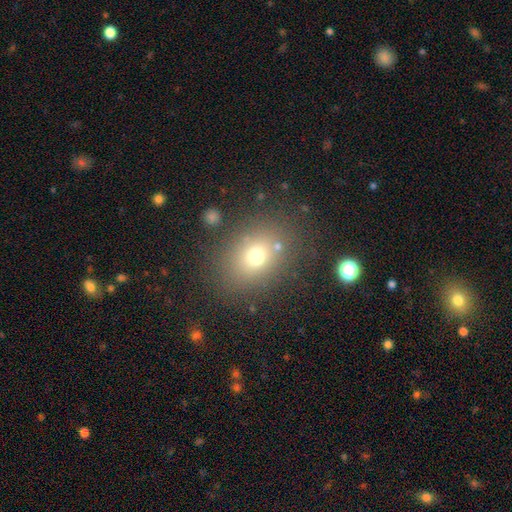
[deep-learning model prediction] smooth_or_featured: smooth (p=0.69) [alt: star or artifact p=0.17]
how_rounded: in between (p=0.57) [alt: round p=0.42]
merging: none (p=0.79) [alt: minor disturbance p=0.11]